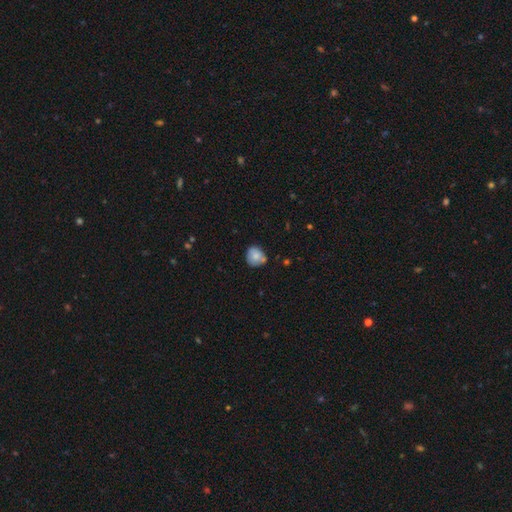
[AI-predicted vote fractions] smooth-or-featured: smooth: 79% | featured or disk: 12% | star or artifact: 8%
  how-rounded: round: 75% | in between: 24% | cigar-shaped: 1%
  merging: none: 62% | minor disturbance: 28% | merger: 6% | major disturbance: 4%